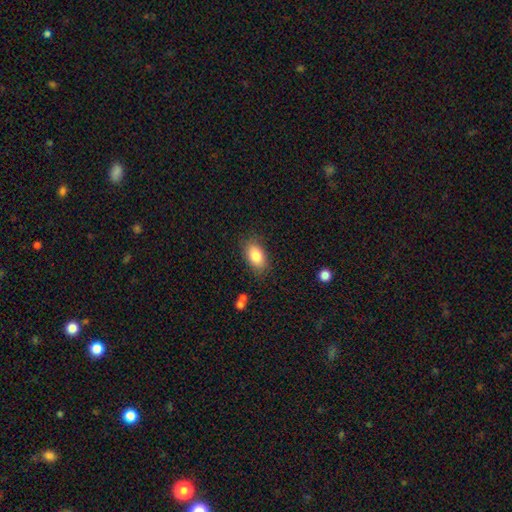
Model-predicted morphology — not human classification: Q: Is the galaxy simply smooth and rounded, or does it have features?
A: smooth — 85%.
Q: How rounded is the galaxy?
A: in between — 90%.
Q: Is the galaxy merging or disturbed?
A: none — 82%.